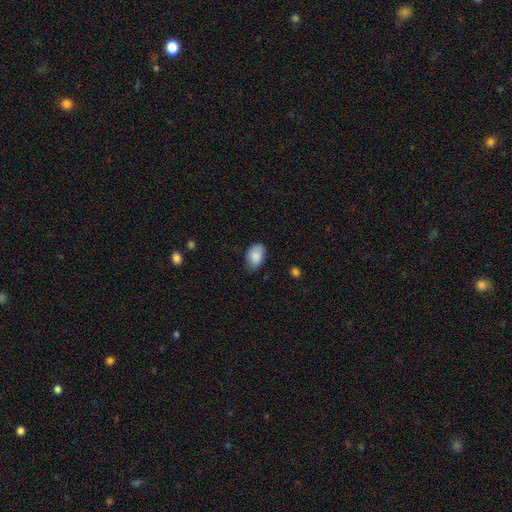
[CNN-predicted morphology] Overall: smooth (87%). How rounded: in between (87%). Merging: none (73%).